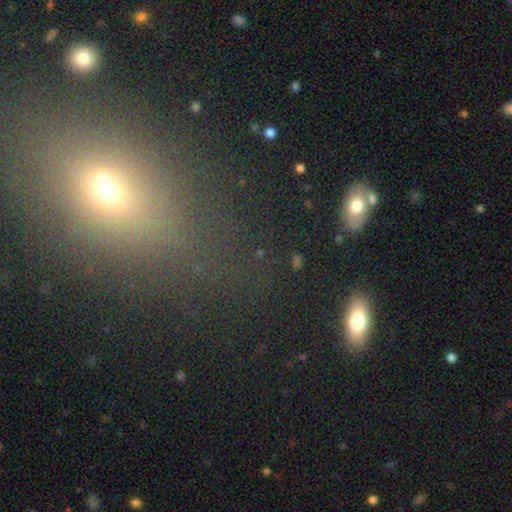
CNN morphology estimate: Smooth or featured: smooth — 49% (star or artifact — 33%)
Merging: none — 72% (minor disturbance — 12%)